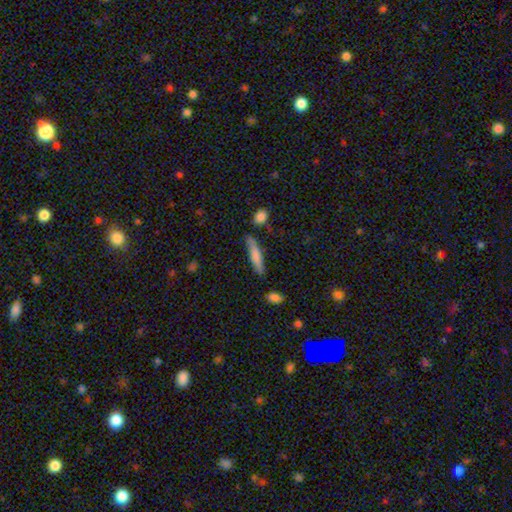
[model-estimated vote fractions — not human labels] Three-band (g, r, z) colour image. It shows a smooth galaxy with no disk features (75%) that is cigar-shaped (85%). Merging: none (79%).